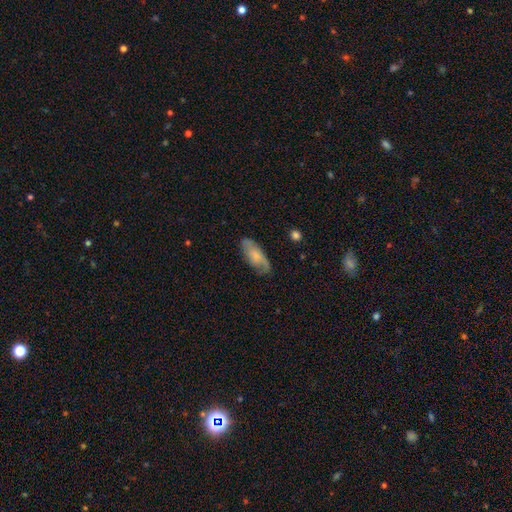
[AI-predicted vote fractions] smooth_or_featured: smooth (p=0.53) [alt: featured or disk p=0.41]
how_rounded: in between (p=0.79) [alt: cigar-shaped p=0.18]
merging: none (p=0.73) [alt: minor disturbance p=0.20]